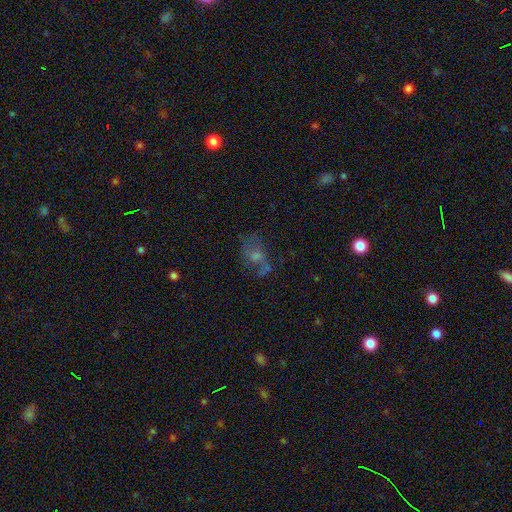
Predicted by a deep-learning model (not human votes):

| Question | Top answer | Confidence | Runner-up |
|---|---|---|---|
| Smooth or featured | featured or disk | 43% | smooth (33%) |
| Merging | none | 47% | major disturbance (24%) |